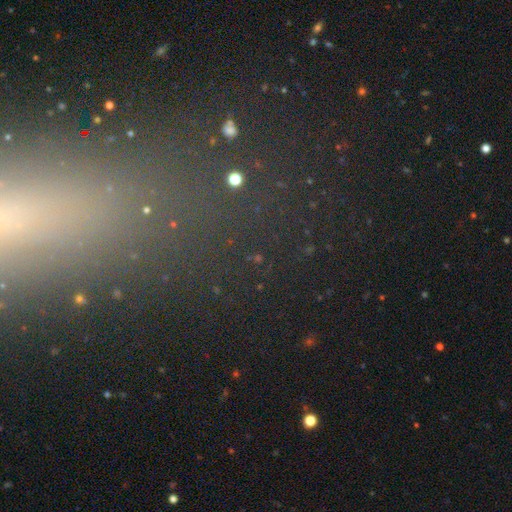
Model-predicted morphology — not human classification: smooth-or-featured: star or artifact: 60% | smooth: 23% | featured or disk: 17%